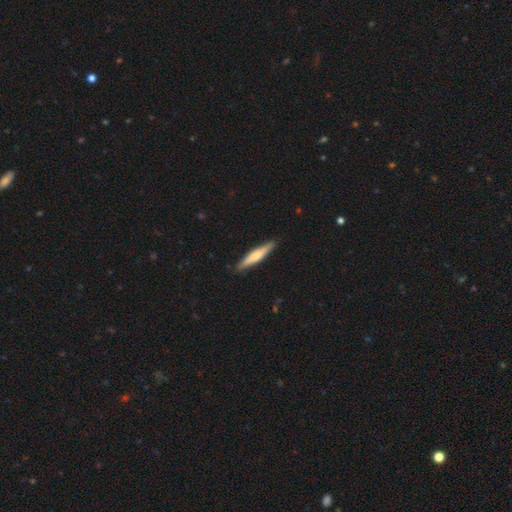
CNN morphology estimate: type=smooth (57%); roundness=cigar-shaped (88%); merging=none (88%).